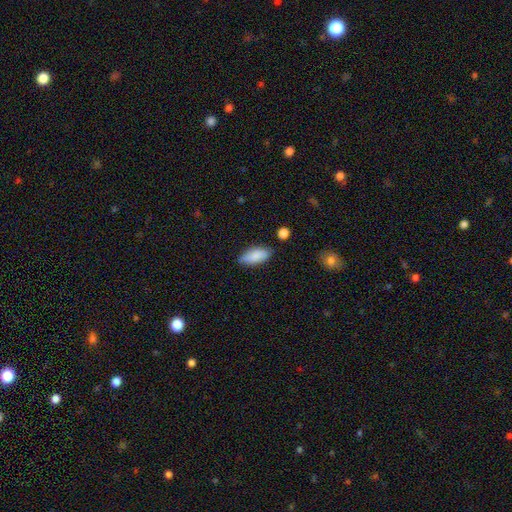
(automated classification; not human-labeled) smooth 85%, featured or disk 8%, star or artifact 6%. Down the decision tree: how rounded — in between (85%); merging — none (77%).